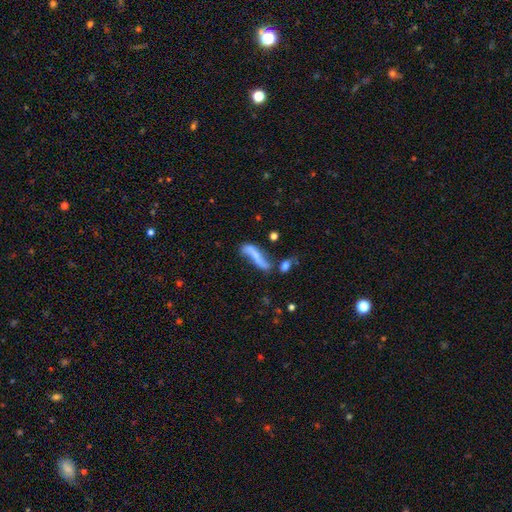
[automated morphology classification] Q: Smooth or featured?
A: smooth (46%); runner-up: featured or disk (45%)
Q: Merging?
A: none (40%); runner-up: minor disturbance (23%)